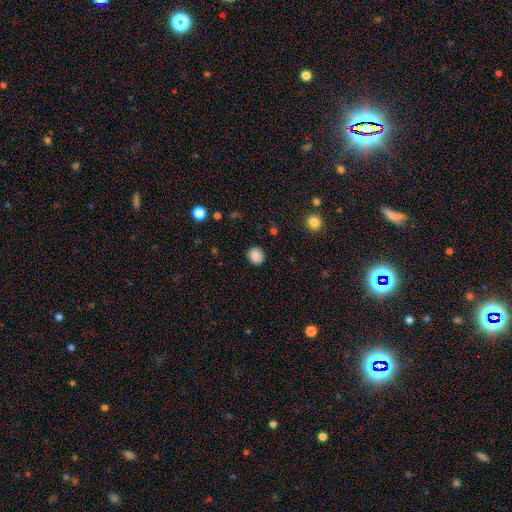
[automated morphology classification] Smooth or featured: smooth — 87% (star or artifact — 9%)
How rounded: round — 81% (in between — 18%)
Merging: none — 88% (minor disturbance — 8%)